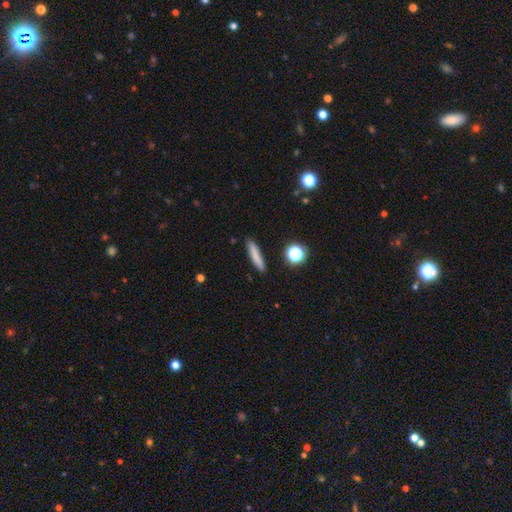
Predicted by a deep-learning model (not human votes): Overall: smooth (78%). How rounded: cigar-shaped (88%). Merging: none (88%).